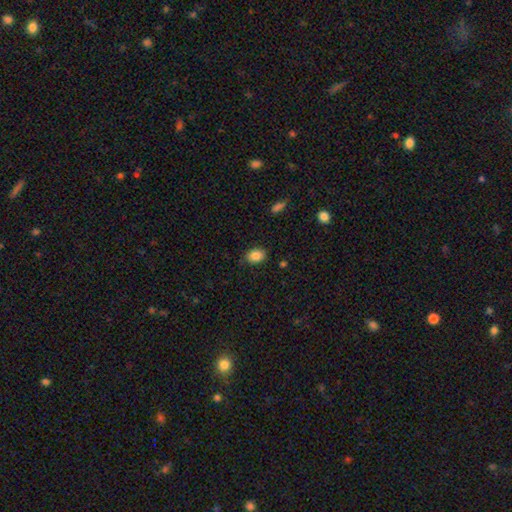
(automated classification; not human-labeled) Q: Smooth or featured?
A: smooth (85%); runner-up: star or artifact (9%)
Q: How rounded?
A: in between (73%); runner-up: round (26%)
Q: Merging?
A: none (83%); runner-up: minor disturbance (13%)